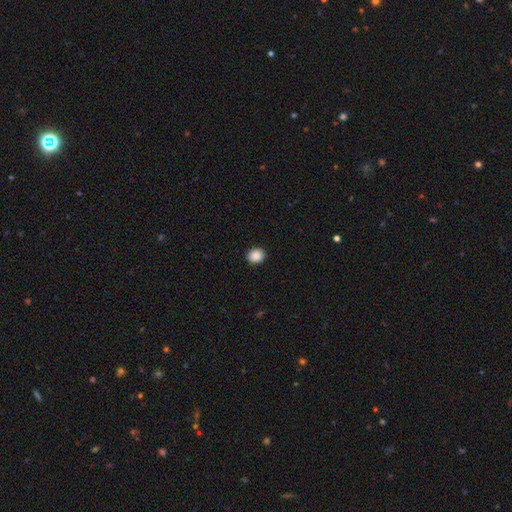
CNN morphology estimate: The model was most divided on "how rounded": round: 72%, in between: 27%, cigar-shaped: 1%. More confident: merging — none (92%); smooth or featured — smooth (89%).